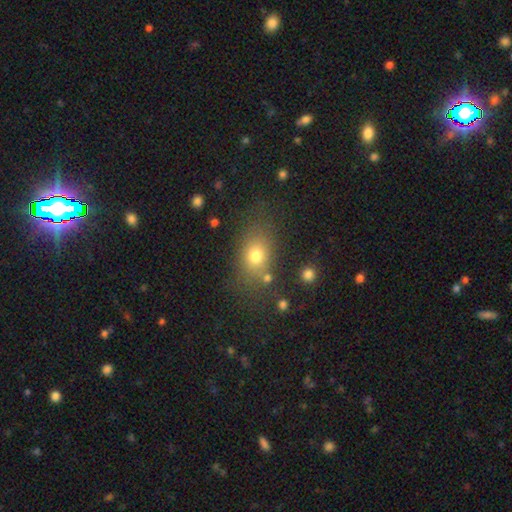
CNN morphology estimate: Smooth or featured?
  - smooth: 74% *
  - star or artifact: 15%
  - featured or disk: 11%
How rounded?
  - in between: 61% *
  - round: 36%
  - cigar-shaped: 3%
Merging?
  - none: 73% *
  - minor disturbance: 15%
  - major disturbance: 7%
  - merger: 6%